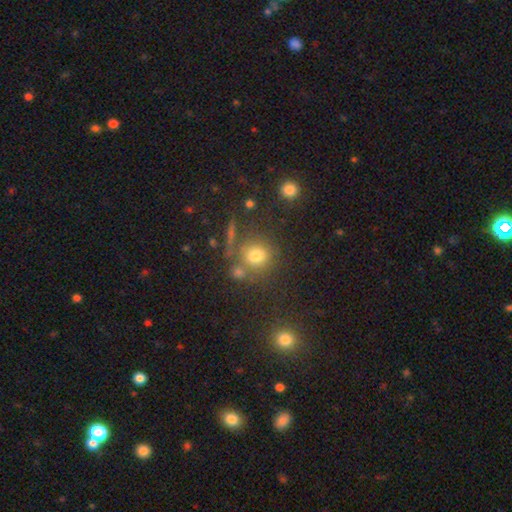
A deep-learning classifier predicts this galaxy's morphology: A smooth galaxy with no disk features (71%) that is round (82%). Merging: none (67%).